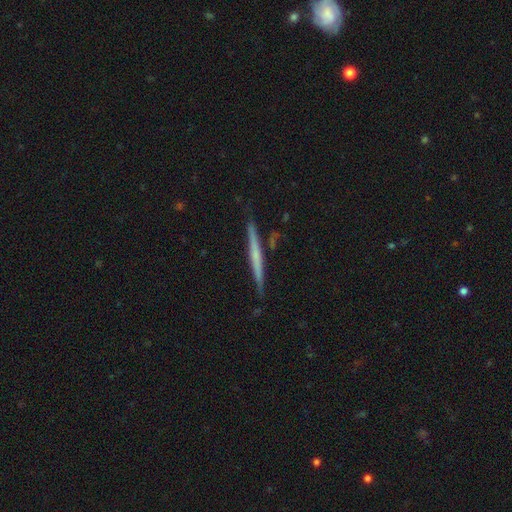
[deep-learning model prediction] Smooth or featured?
  - featured or disk: 60% *
  - smooth: 34%
  - star or artifact: 6%
Edge-on disk?
  - yes: 98% *
  - no: 2%
Edge-on bulge?
  - none: 70% *
  - rounded: 23%
  - boxy: 7%
Merging?
  - none: 88% *
  - minor disturbance: 9%
  - merger: 2%
  - major disturbance: 2%